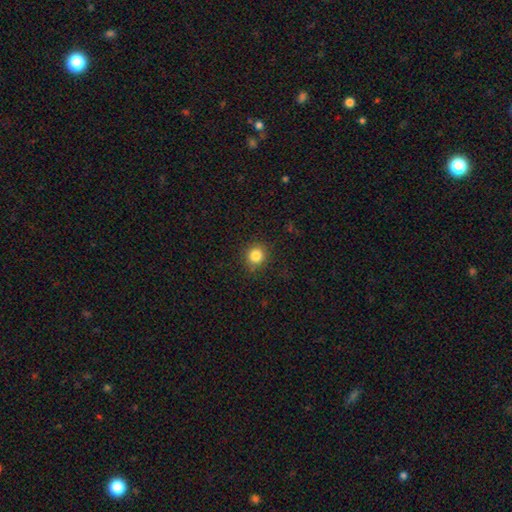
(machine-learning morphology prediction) smooth-or-featured: smooth: 83% | star or artifact: 12% | featured or disk: 5%
  how-rounded: round: 89% | in between: 10% | cigar-shaped: 1%
  merging: none: 89% | minor disturbance: 8% | major disturbance: 3% | merger: 1%